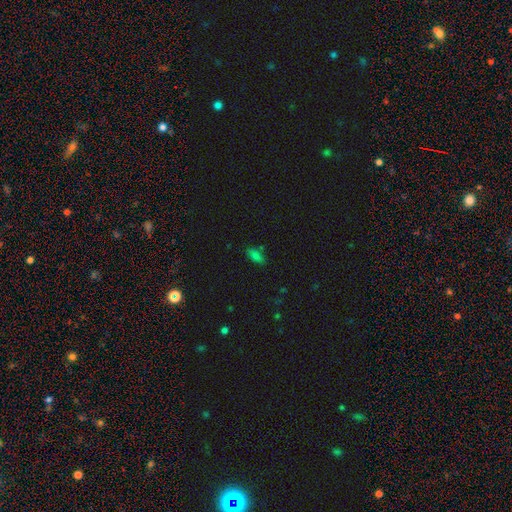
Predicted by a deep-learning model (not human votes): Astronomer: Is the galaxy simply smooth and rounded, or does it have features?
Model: smooth — 72%.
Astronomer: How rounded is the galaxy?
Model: in between — 82%.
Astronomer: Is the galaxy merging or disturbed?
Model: none — 76%.